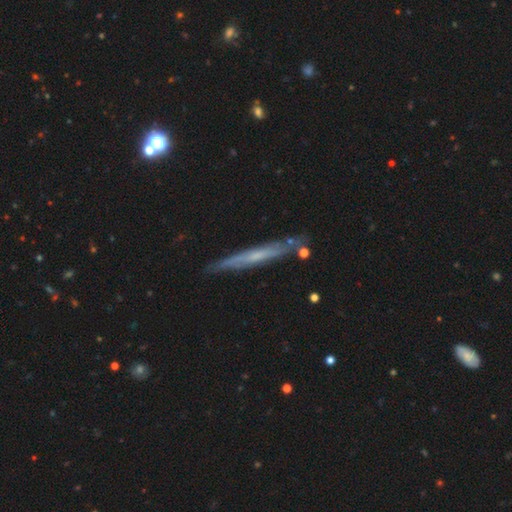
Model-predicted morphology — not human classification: Smooth or featured? featured or disk (58%)
Edge-on disk? yes (92%)
Edge-on bulge? none (70%)
Merging? none (84%)